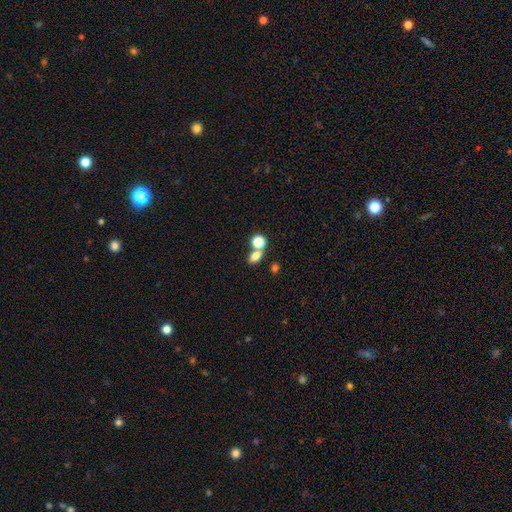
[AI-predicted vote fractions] The model was most divided on "merging": none: 47%, merger: 40%, minor disturbance: 9%, major disturbance: 4%. More confident: smooth or featured — smooth (77%); how rounded — in between (67%).